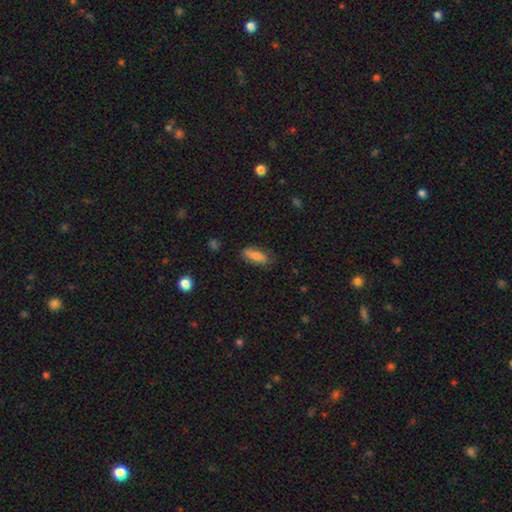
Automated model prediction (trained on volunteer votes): Smooth or featured: smooth — 78% (featured or disk — 15%)
How rounded: in between — 68% (cigar-shaped — 30%)
Merging: none — 77% (minor disturbance — 17%)